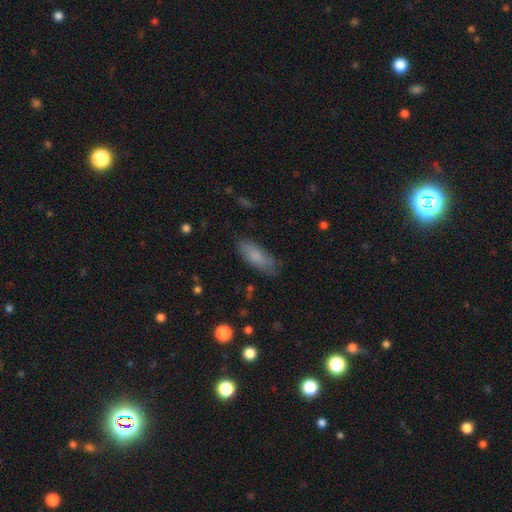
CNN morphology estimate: The model was most divided on "how rounded": in between: 69%, cigar-shaped: 29%, round: 2%. More confident: merging — none (79%); smooth or featured — smooth (79%).